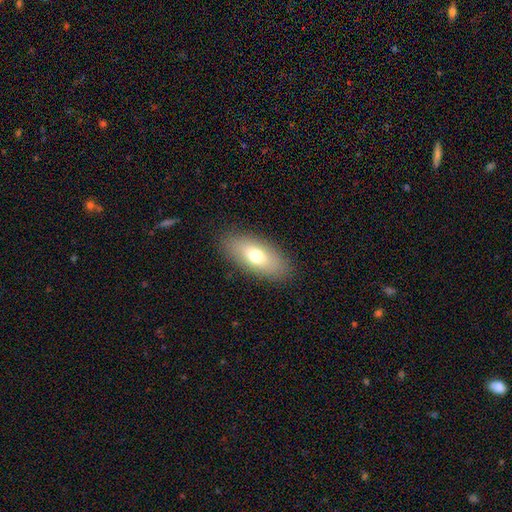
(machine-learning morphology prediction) This is likely a smooth galaxy (70%). How rounded: clearly in between (87%). Merging: clearly none (87%).